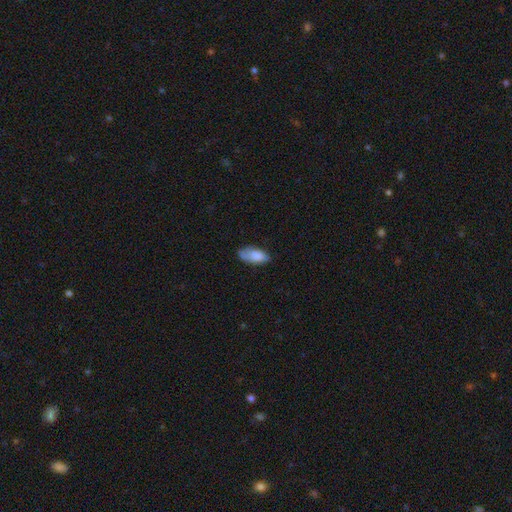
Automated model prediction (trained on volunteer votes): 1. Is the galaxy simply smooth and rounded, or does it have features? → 77% smooth, 16% featured or disk, 7% star or artifact.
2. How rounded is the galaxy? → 89% in between, 9% cigar-shaped, 3% round.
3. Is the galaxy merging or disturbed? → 57% none, 31% minor disturbance, 9% major disturbance, 2% merger.